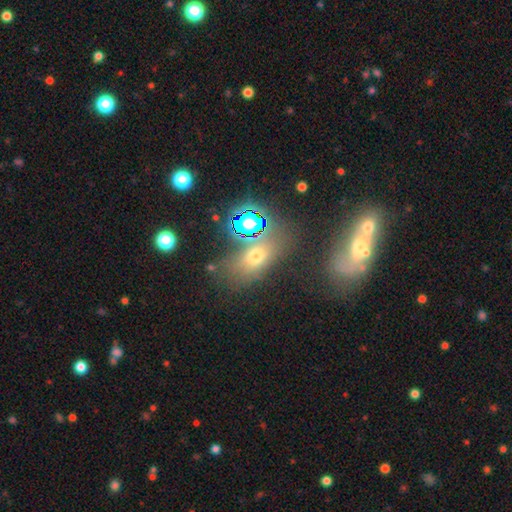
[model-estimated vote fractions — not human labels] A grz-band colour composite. It shows a smooth galaxy with no disk features (51%) that is in between round and cigar-shaped (74%). Merging: none (65%).